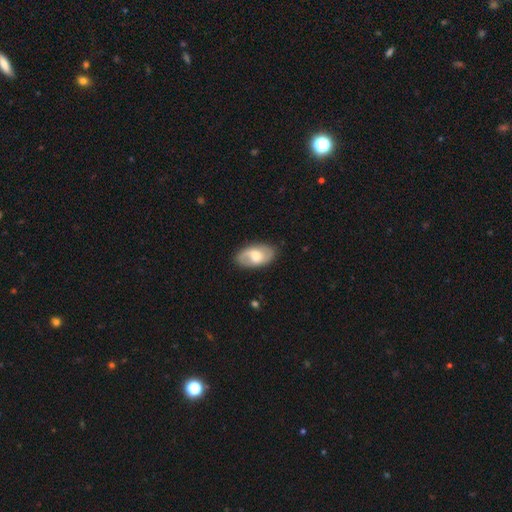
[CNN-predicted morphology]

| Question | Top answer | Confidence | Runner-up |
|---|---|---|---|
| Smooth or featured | featured or disk | 52% | smooth (42%) |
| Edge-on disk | no | 94% | yes (6%) |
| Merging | none | 81% | minor disturbance (14%) |